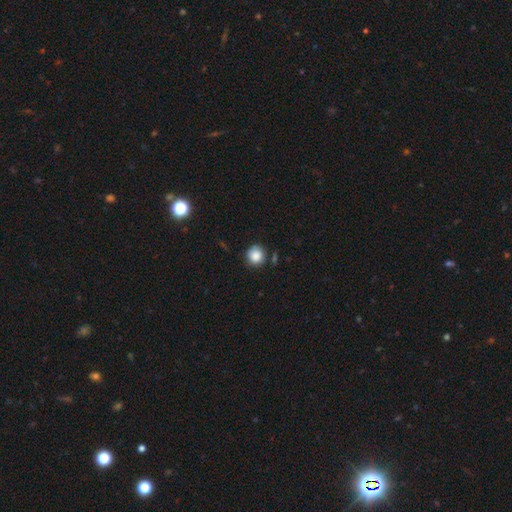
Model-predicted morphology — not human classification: smooth 86%, star or artifact 10%, featured or disk 5%. Down the decision tree: how rounded — round (92%); merging — none (80%).